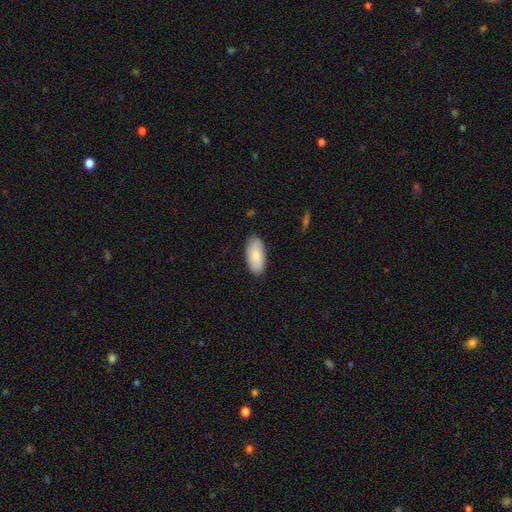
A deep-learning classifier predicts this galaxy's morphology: The model was most divided on "merging": none: 85%, minor disturbance: 12%, major disturbance: 2%, merger: 1%. More confident: how rounded — in between (92%); smooth or featured — smooth (84%).